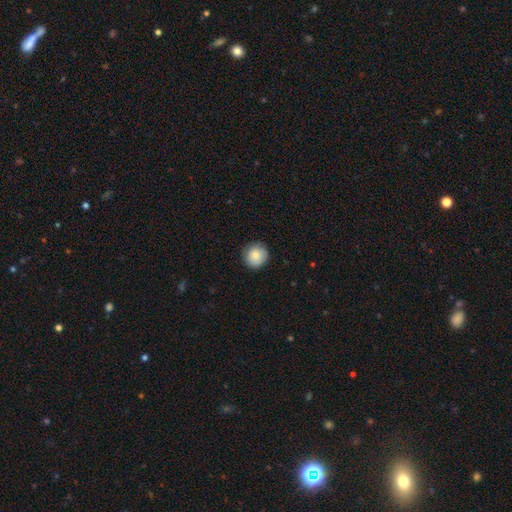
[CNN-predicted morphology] Overall: smooth (82%). How rounded: round (94%). Merging: none (87%).